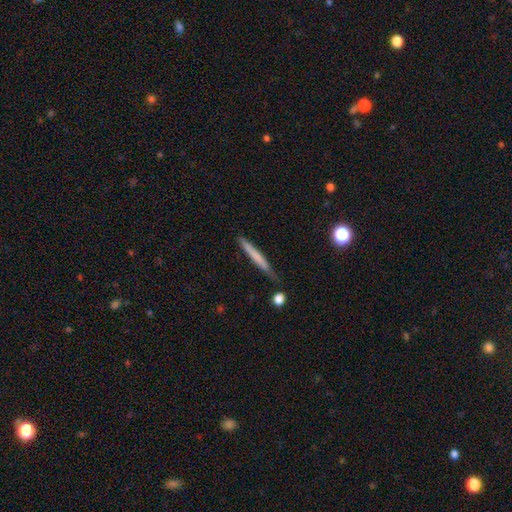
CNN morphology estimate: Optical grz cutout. It shows a smooth galaxy with no disk features (62%) that is cigar-shaped (96%). Merging: none (78%).